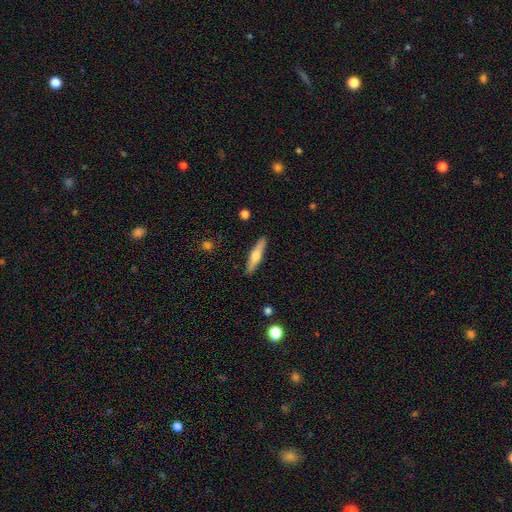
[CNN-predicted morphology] Smooth or featured? Predicted: featured or disk (p=0.49). Merging? Predicted: none (p=0.90).